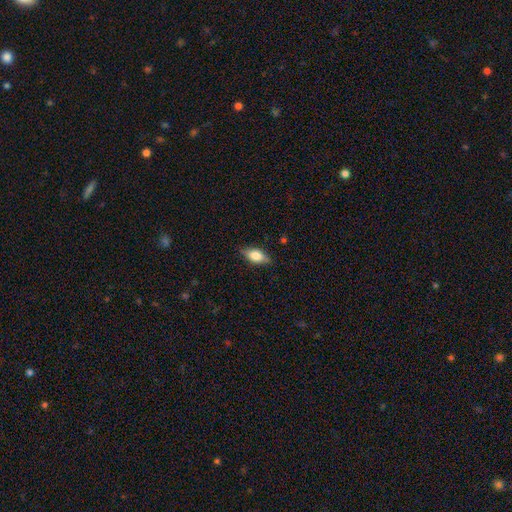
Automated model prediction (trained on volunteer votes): Smooth or featured? smooth (70%)
How rounded? in between (83%)
Merging? none (82%)